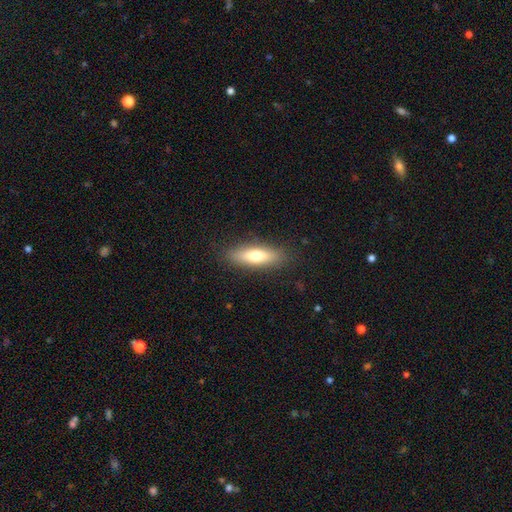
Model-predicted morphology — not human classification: smooth_or_featured: smooth (p=0.68) [alt: featured or disk p=0.25]
how_rounded: cigar-shaped (p=0.50) [alt: in between p=0.47]
merging: none (p=0.87) [alt: minor disturbance p=0.10]